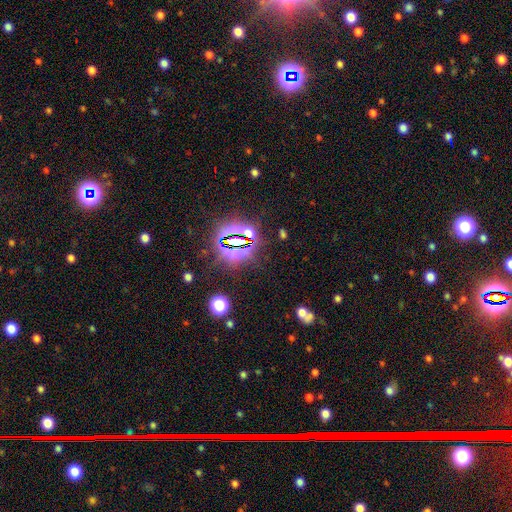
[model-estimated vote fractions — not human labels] Q: Smooth or featured?
A: star or artifact (82%); runner-up: smooth (11%)